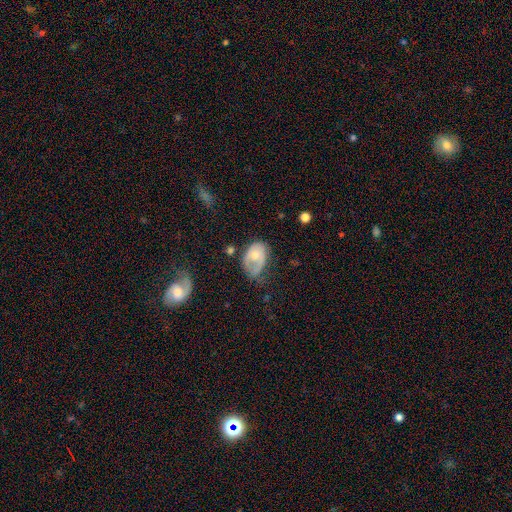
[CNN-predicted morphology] The model was most divided on "merging": minor disturbance: 34%, none: 32%, major disturbance: 30%, merger: 4%. More confident: how rounded — in between (82%); smooth or featured — smooth (55%).